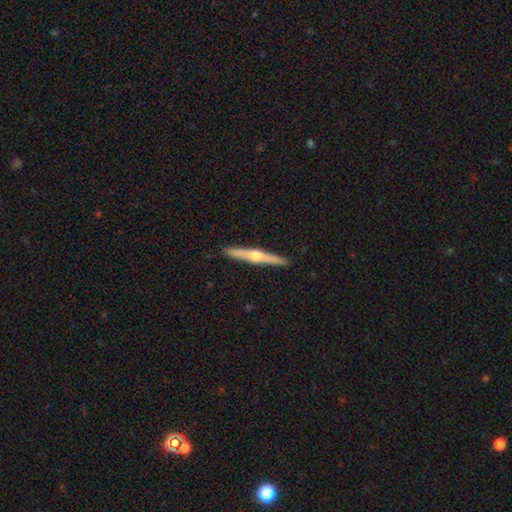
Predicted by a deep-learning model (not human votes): Smooth or featured?
  - featured or disk: 71% *
  - smooth: 24%
  - star or artifact: 5%
Edge-on disk?
  - yes: 98% *
  - no: 2%
Edge-on bulge?
  - rounded: 93% *
  - none: 5%
  - boxy: 3%
Merging?
  - none: 92% *
  - minor disturbance: 6%
  - major disturbance: 1%
  - merger: 1%